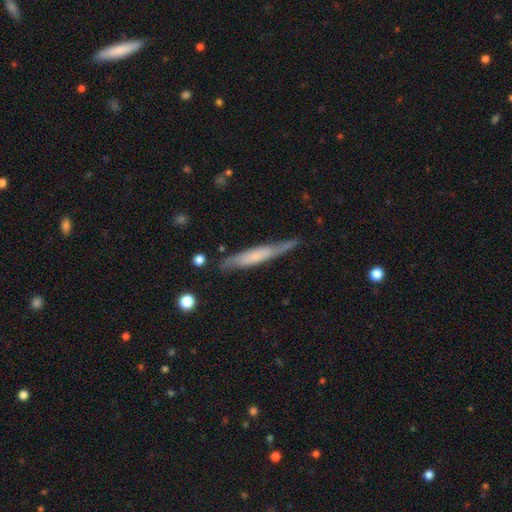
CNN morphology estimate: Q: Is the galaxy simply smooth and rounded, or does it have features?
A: featured or disk — 50%.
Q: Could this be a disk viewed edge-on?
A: yes — 81%.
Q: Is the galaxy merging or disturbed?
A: none — 76%.